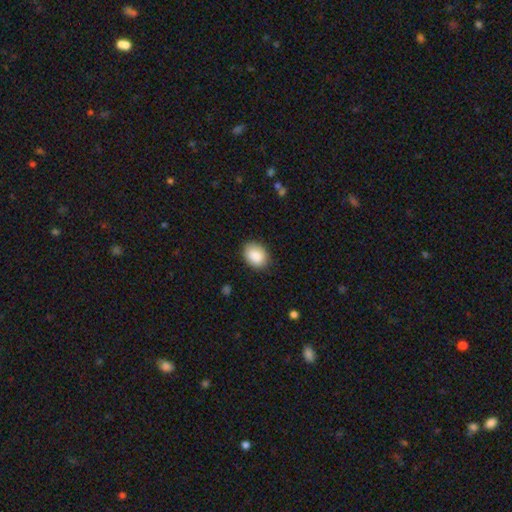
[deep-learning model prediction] Morphology: type=smooth (88%); roundness=in between (72%); merging=none (85%).